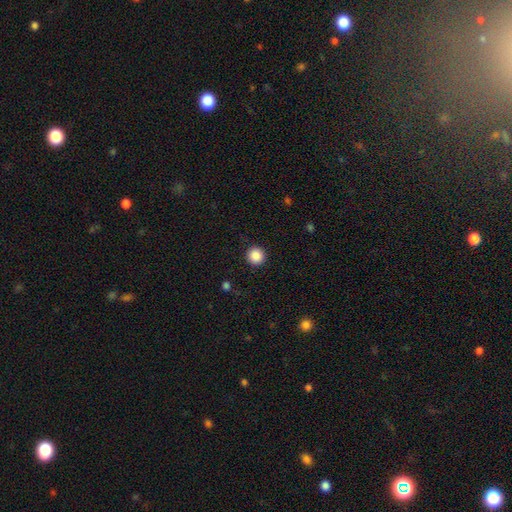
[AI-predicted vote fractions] A smooth galaxy with no disk features (88%) that is round (94%). Merging: none (92%).